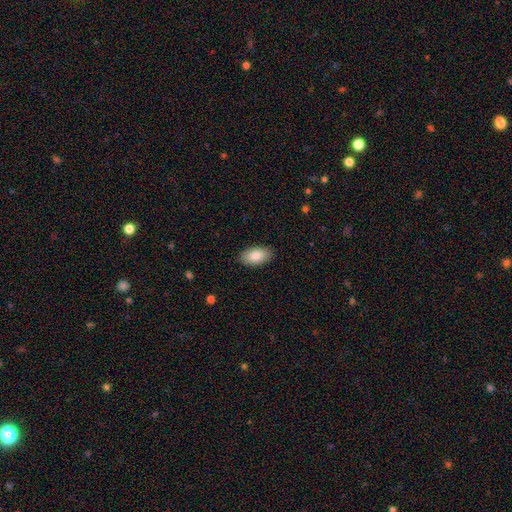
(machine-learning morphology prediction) smooth_or_featured: smooth (p=0.85) [alt: featured or disk p=0.08]
how_rounded: in between (p=0.95) [alt: round p=0.03]
merging: none (p=0.88) [alt: minor disturbance p=0.09]